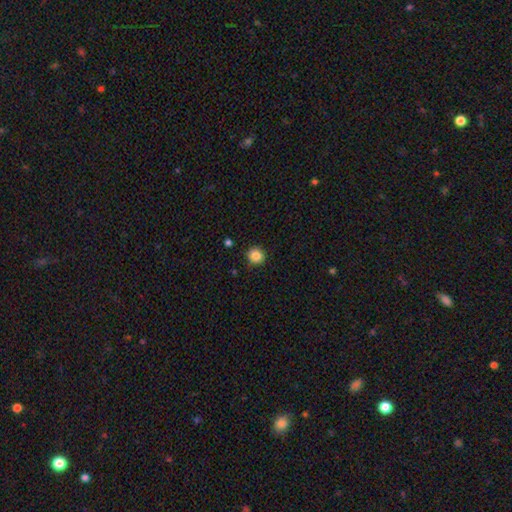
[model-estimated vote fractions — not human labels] Smooth or featured? smooth (86%)
How rounded? round (91%)
Merging? none (90%)